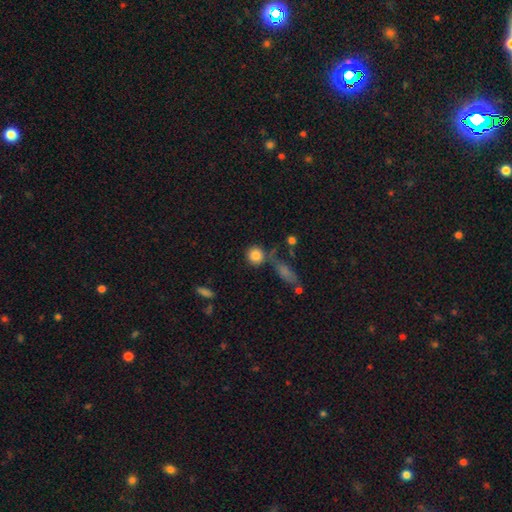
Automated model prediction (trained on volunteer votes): This appears to be a smooth galaxy with no disk features (83%) that is round (88%). Merging: none (69%).